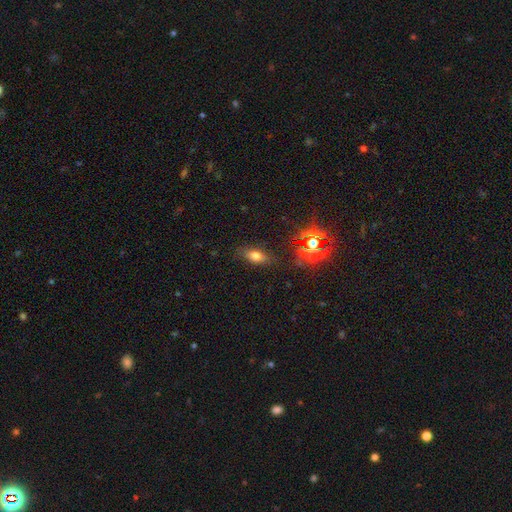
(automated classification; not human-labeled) Smooth or featured: smooth — 70% (star or artifact — 18%)
How rounded: in between — 79% (cigar-shaped — 12%)
Merging: none — 84% (minor disturbance — 11%)